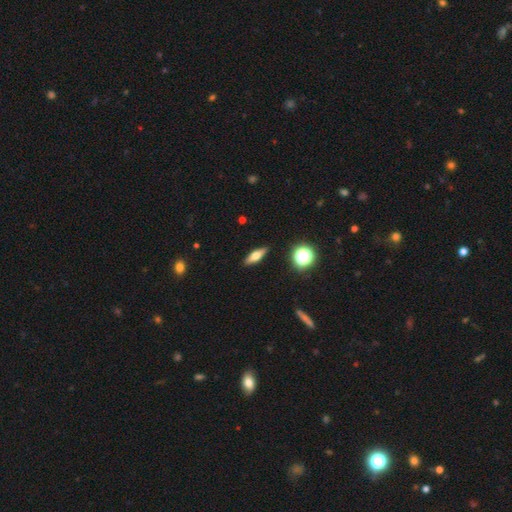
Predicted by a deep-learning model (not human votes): The model was most divided on "how rounded": cigar-shaped: 49%, in between: 46%, round: 6%. More confident: merging — none (89%); smooth or featured — smooth (54%).